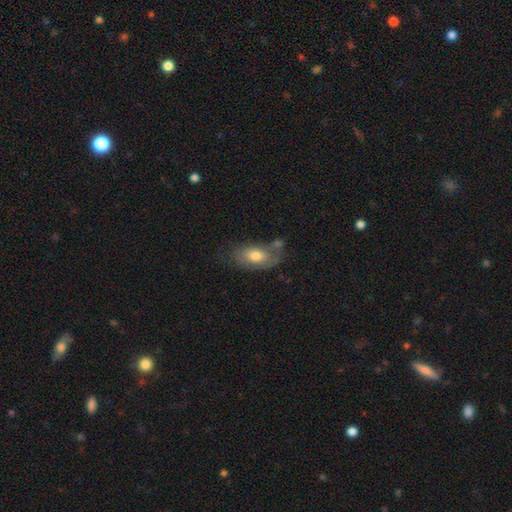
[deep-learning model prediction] A smooth galaxy with no disk features (63%) that is in between round and cigar-shaped (91%). Merging: none (47%).